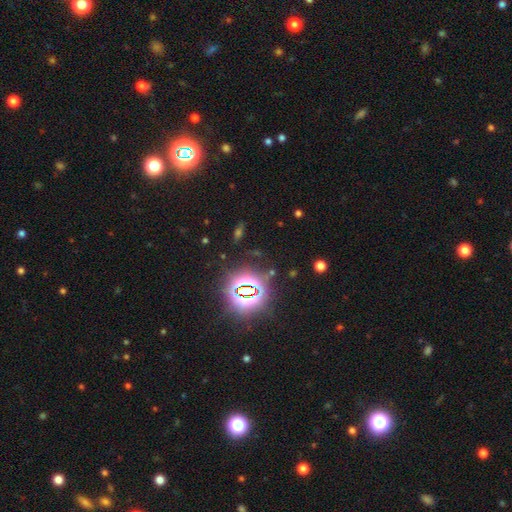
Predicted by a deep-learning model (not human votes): Smooth or featured?
  - star or artifact: 78% *
  - smooth: 14%
  - featured or disk: 8%